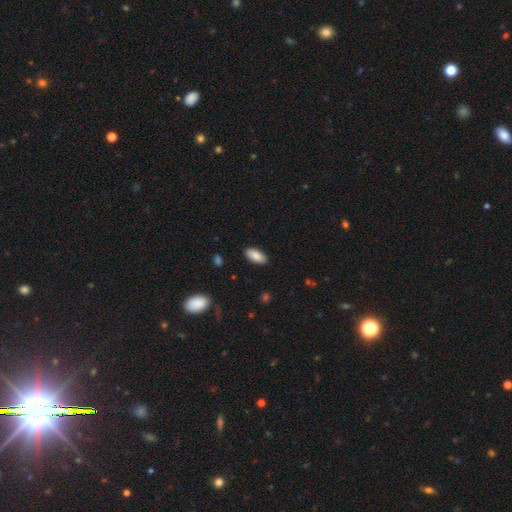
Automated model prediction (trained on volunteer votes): smooth 86%, featured or disk 8%, star or artifact 6%. Down the decision tree: how rounded — in between (89%); merging — none (88%).